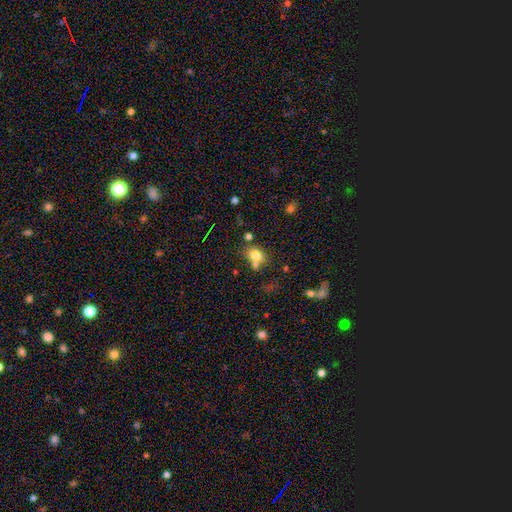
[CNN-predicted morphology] Overall: smooth (76%). How rounded: in between (55%; round 43%). Merging: none (51%; merger 27%).